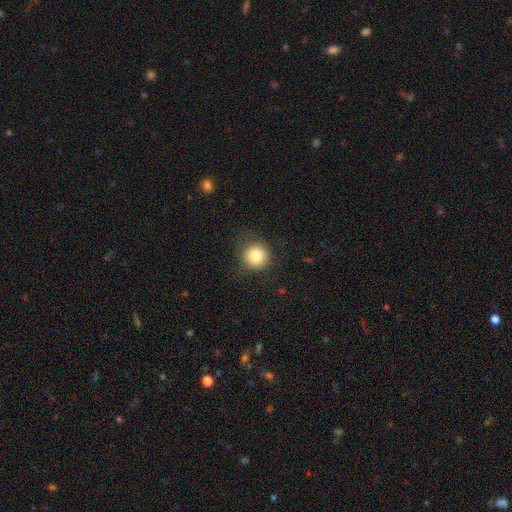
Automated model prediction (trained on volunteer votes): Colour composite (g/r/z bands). It shows a smooth galaxy with no disk features (81%) that is round (93%). Merging: none (79%).